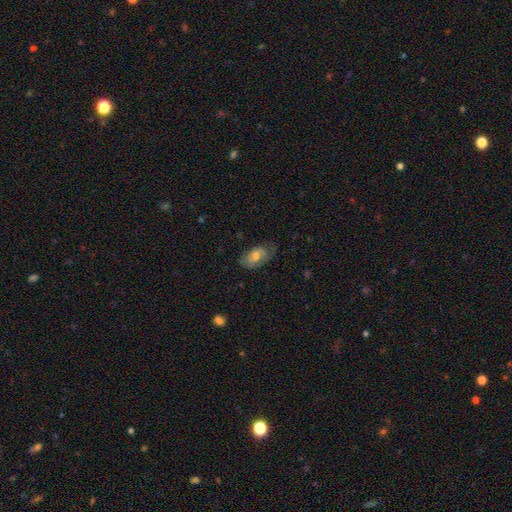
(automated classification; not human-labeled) This is possibly a smooth galaxy (55%). How rounded: clearly in between (91%). Merging: likely none (67%).